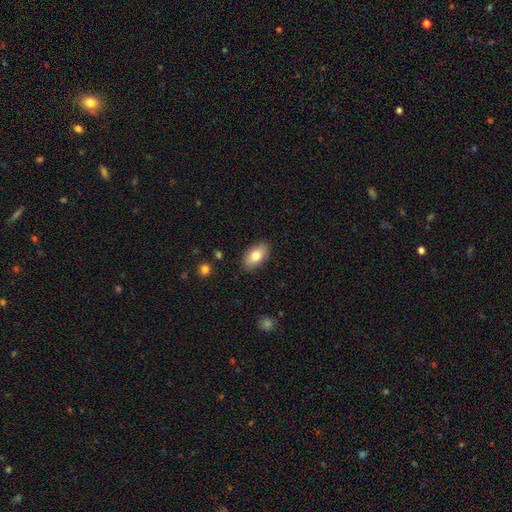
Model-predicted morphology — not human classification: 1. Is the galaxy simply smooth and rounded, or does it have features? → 80% smooth, 13% featured or disk, 7% star or artifact.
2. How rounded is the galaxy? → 93% in between, 5% round, 2% cigar-shaped.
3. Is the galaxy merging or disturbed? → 87% none, 10% minor disturbance, 2% major disturbance, 1% merger.